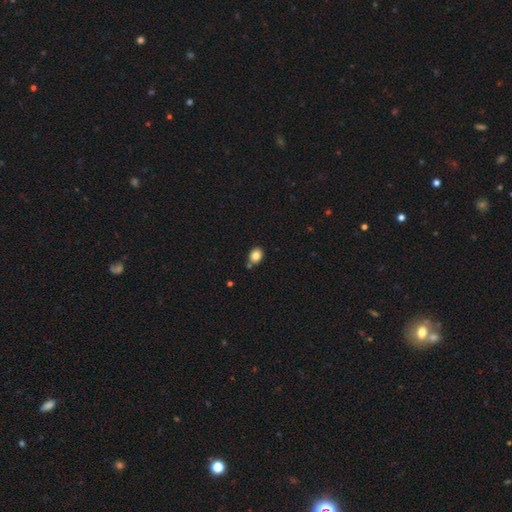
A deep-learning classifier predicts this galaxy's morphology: Smooth or featured? smooth (84%)
How rounded? round (50%)
Merging? none (75%)